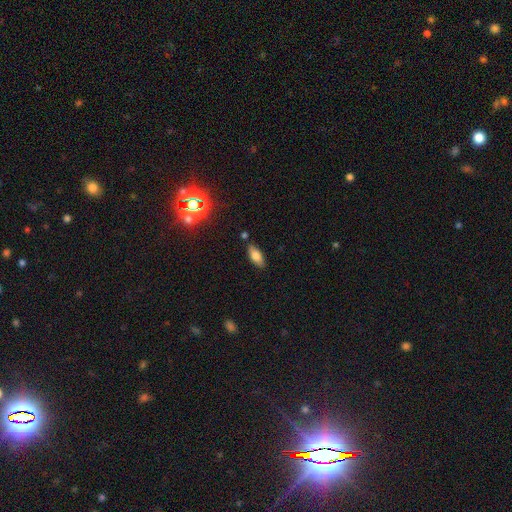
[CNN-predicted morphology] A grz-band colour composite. It shows a smooth galaxy with no disk features (73%) that is in between round and cigar-shaped (80%). Merging: none (83%).